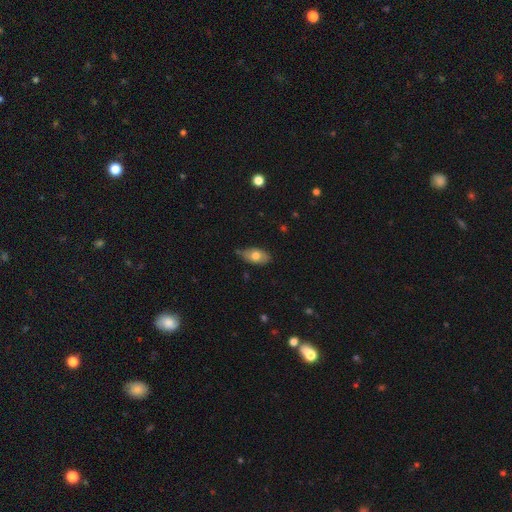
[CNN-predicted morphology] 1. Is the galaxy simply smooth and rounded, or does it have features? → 65% smooth, 28% featured or disk, 7% star or artifact.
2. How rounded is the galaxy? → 91% in between, 5% round, 4% cigar-shaped.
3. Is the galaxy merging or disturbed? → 64% none, 29% minor disturbance, 4% major disturbance, 2% merger.